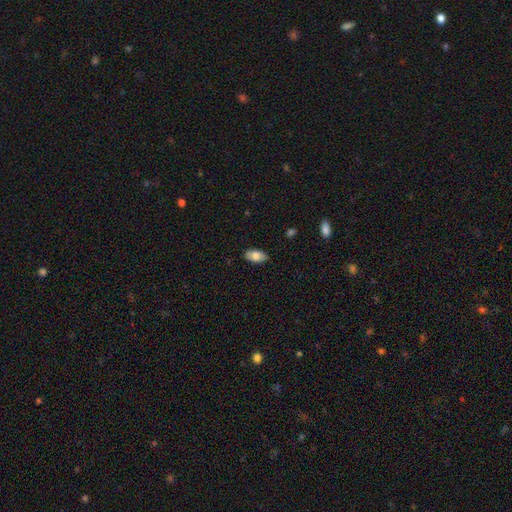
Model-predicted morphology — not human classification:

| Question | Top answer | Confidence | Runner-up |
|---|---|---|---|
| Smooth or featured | smooth | 73% | featured or disk (20%) |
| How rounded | in between | 94% | round (4%) |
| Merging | none | 85% | minor disturbance (12%) |